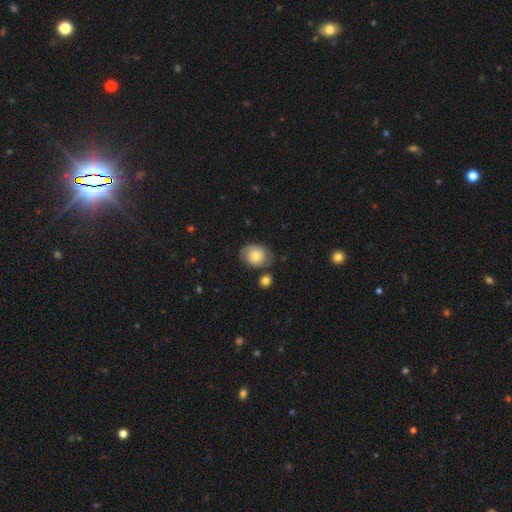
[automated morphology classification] smooth_or_featured: featured or disk (p=0.50) [alt: smooth p=0.42]
disk_edge_on: no (p=0.96) [alt: yes p=0.04]
merging: none (p=0.68) [alt: minor disturbance p=0.19]